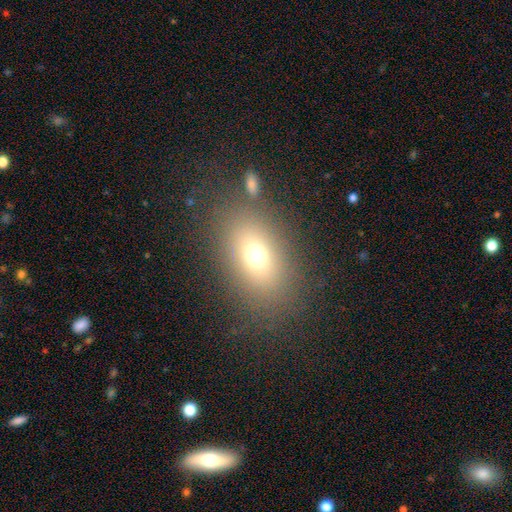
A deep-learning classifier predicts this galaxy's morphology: This appears to be a smooth galaxy with no disk features (69%) that is in between round and cigar-shaped (73%). Merging: none (76%).